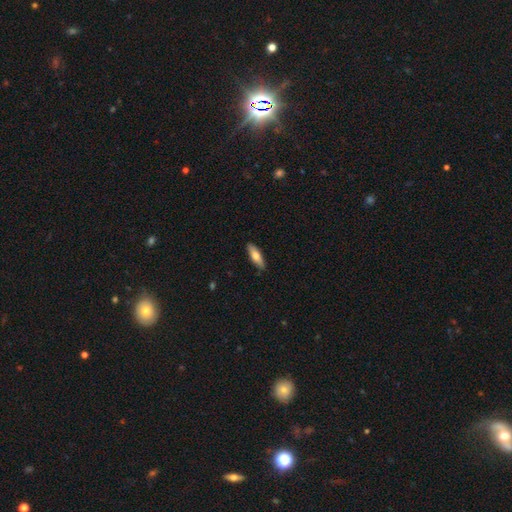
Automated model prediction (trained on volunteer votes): A smooth galaxy with no disk features (66%) that is in between round and cigar-shaped (50%).

Vote fractions:
- Smooth or featured? smooth: 66% / featured or disk: 28% / star or artifact: 6%
- How rounded? in between: 50% / cigar-shaped: 47% / round: 2%
- Merging? none: 88% / minor disturbance: 9% / major disturbance: 2% / merger: 1%